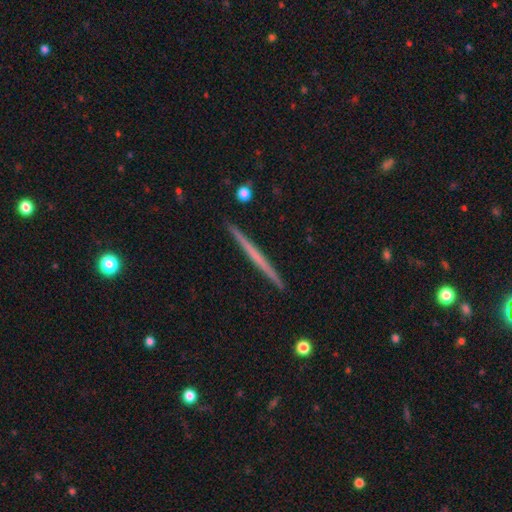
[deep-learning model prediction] Morphology: type=featured or disk (58%); edge-on=yes (98%); edge-on bulge=none (87%); merging=none (93%).